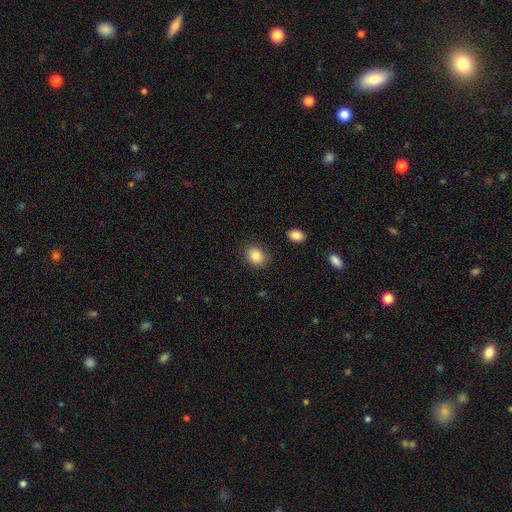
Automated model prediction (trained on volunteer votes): The model was most divided on "how rounded": in between: 57%, round: 42%, cigar-shaped: 1%. More confident: smooth or featured — smooth (87%); merging — none (84%).